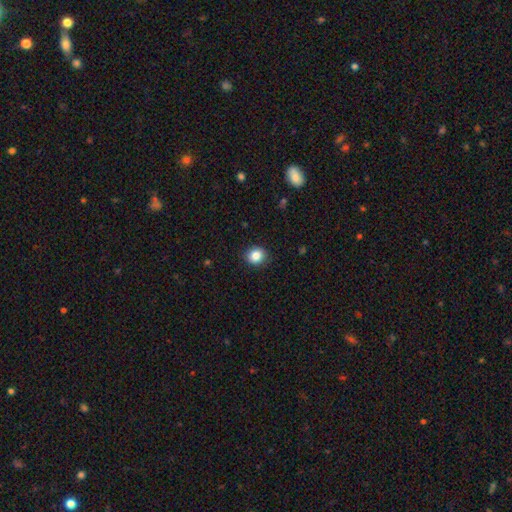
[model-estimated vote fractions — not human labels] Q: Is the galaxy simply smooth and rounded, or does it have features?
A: smooth — 85%.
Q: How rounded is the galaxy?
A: round — 77%.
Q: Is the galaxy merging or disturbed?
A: none — 89%.